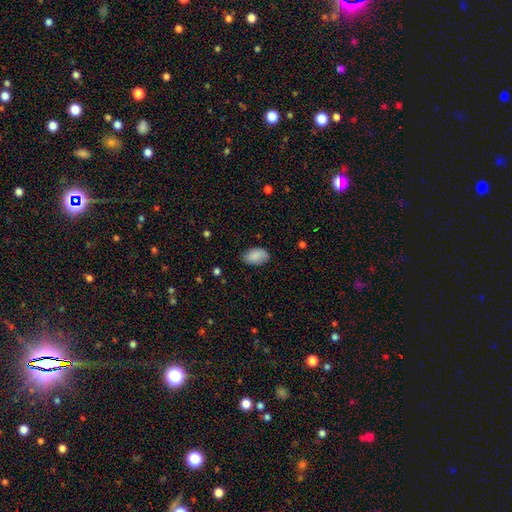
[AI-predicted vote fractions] A smooth galaxy with no disk features (88%) that is in between round and cigar-shaped (91%). Merging: none (78%).